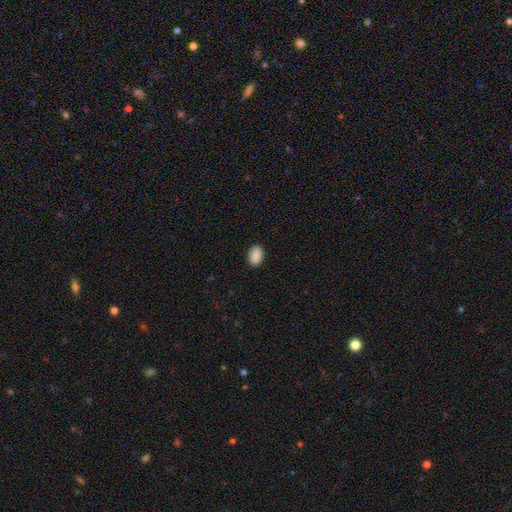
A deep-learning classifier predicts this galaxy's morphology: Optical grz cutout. It shows a smooth galaxy with no disk features (91%) that is in between round and cigar-shaped (85%). Merging: none (90%).